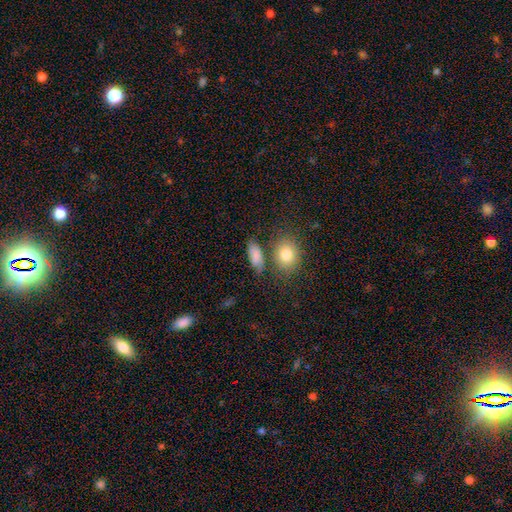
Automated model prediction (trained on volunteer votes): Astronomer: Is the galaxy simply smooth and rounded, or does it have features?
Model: smooth — 84%.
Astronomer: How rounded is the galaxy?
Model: in between — 80%.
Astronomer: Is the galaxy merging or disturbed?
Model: none — 68%.